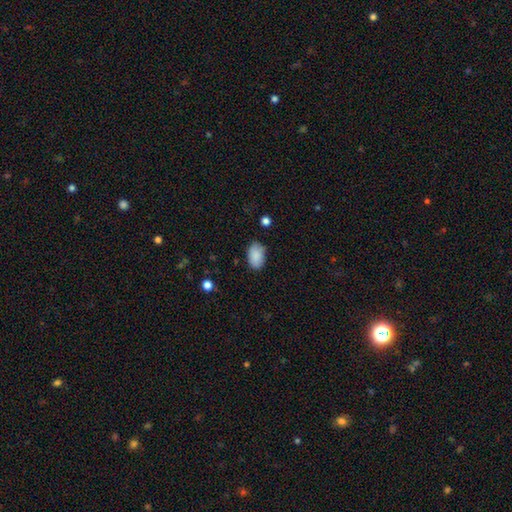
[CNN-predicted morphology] type=smooth (89%); roundness=in between (90%); merging=none (79%).